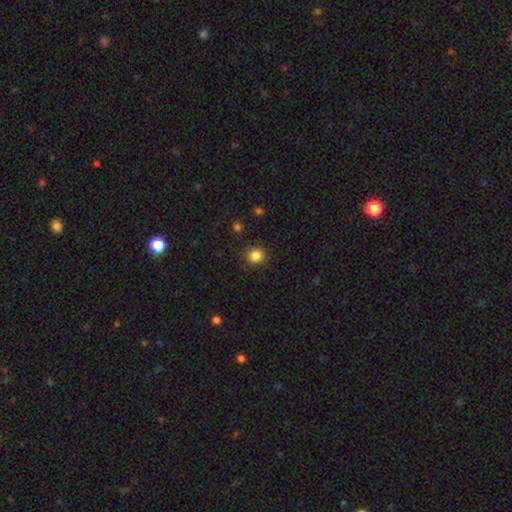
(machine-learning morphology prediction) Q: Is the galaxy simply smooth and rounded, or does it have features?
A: smooth — 85%.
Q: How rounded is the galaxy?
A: round — 89%.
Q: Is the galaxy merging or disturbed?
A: none — 90%.